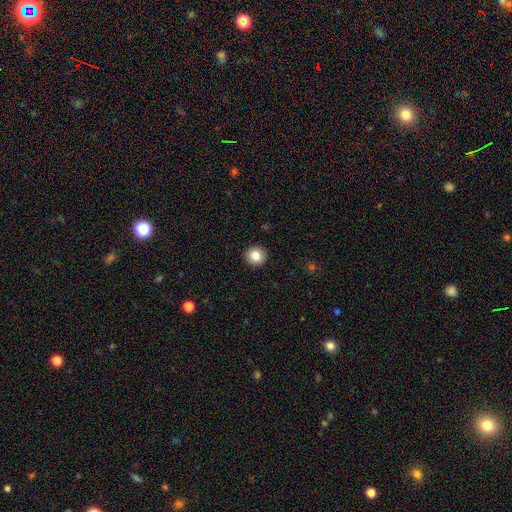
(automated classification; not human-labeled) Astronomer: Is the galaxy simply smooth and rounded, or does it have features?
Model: smooth — 83%.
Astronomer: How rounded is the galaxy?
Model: round — 91%.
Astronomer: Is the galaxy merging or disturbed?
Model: none — 93%.